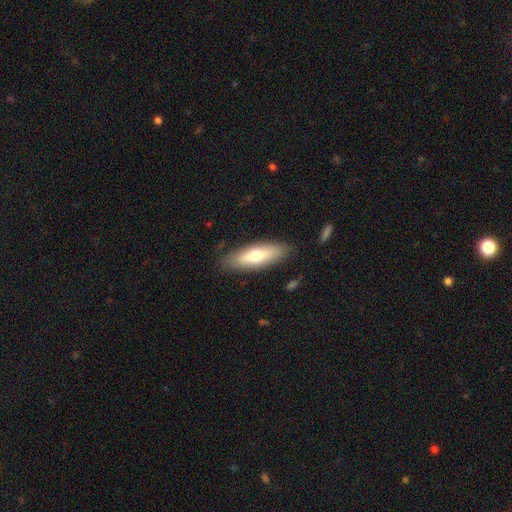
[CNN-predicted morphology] Smooth or featured?
  - smooth: 66% *
  - featured or disk: 28%
  - star or artifact: 6%
How rounded?
  - in between: 51% *
  - cigar-shaped: 47%
  - round: 2%
Merging?
  - none: 87% *
  - minor disturbance: 10%
  - major disturbance: 2%
  - merger: 1%